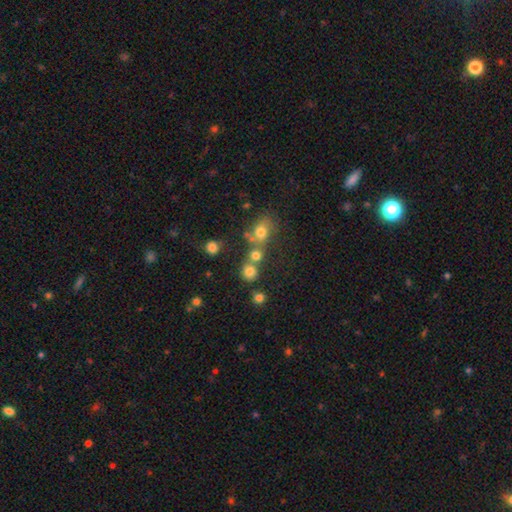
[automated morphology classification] smooth_or_featured: smooth (p=0.72) [alt: star or artifact p=0.17]
how_rounded: round (p=0.76) [alt: in between p=0.23]
merging: none (p=0.51) [alt: merger p=0.34]